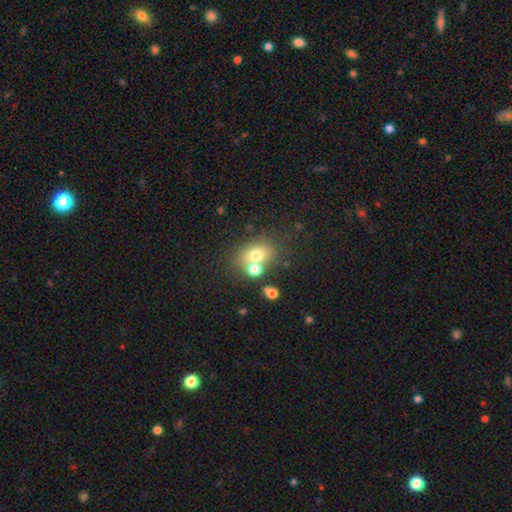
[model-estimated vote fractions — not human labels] Smooth or featured? Predicted: smooth (p=0.70). How rounded? Predicted: in between (p=0.61). Merging? Predicted: none (p=0.52).